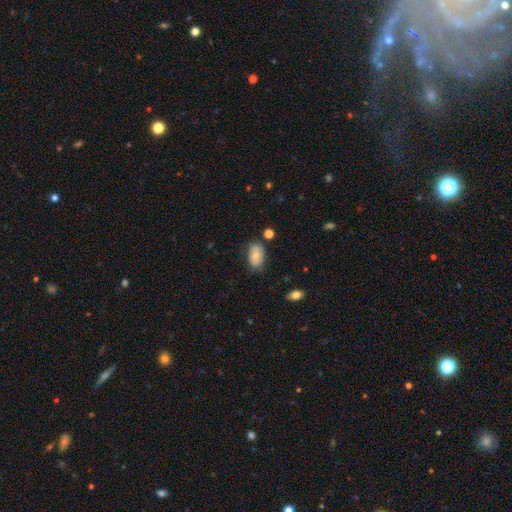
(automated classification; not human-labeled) smooth-or-featured: smooth: 61% | featured or disk: 31% | star or artifact: 8%
  how-rounded: in between: 87% | round: 12% | cigar-shaped: 1%
  merging: none: 71% | minor disturbance: 21% | major disturbance: 5% | merger: 3%